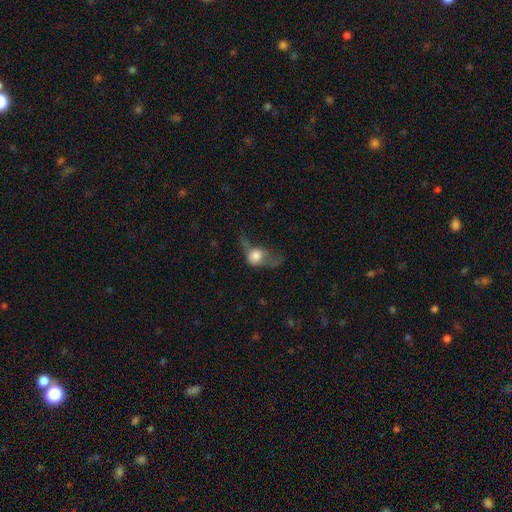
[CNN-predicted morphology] Smooth or featured? smooth (64%)
How rounded? round (49%)
Merging? major disturbance (57%)